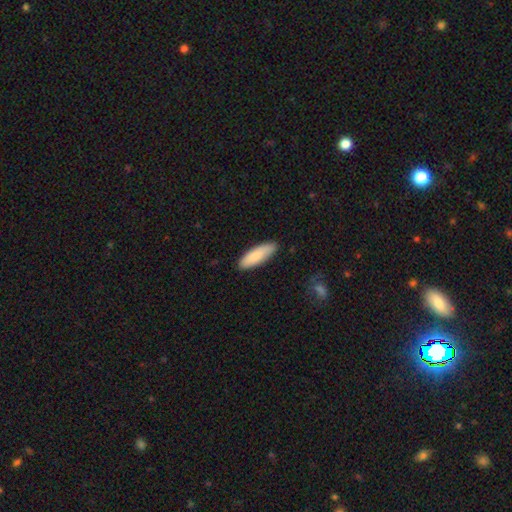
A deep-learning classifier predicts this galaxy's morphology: Overall: smooth (87%). How rounded: in between (53%; cigar-shaped 45%). Merging: none (87%).